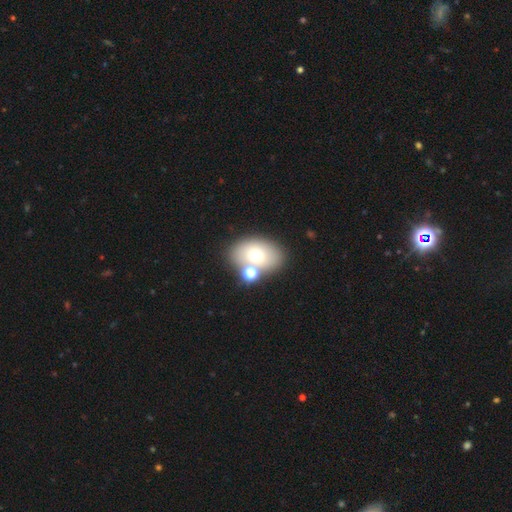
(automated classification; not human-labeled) smooth-or-featured: smooth: 69% | featured or disk: 20% | star or artifact: 11%
  how-rounded: in between: 79% | round: 20% | cigar-shaped: 1%
  merging: none: 65% | merger: 19% | minor disturbance: 11% | major disturbance: 4%